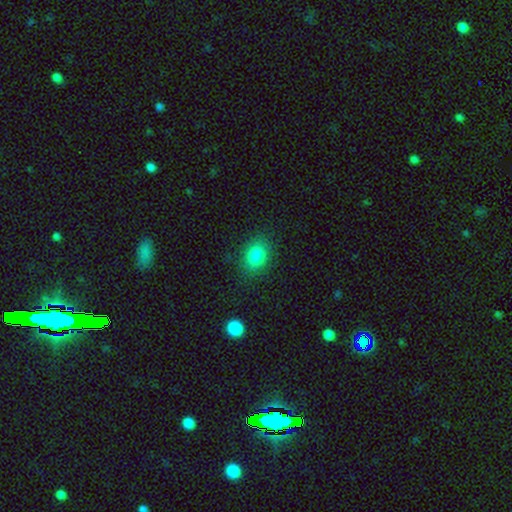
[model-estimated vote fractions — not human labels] smooth_or_featured: smooth (p=0.84) [alt: star or artifact p=0.10]
how_rounded: in between (p=0.55) [alt: round p=0.44]
merging: none (p=0.84) [alt: minor disturbance p=0.11]